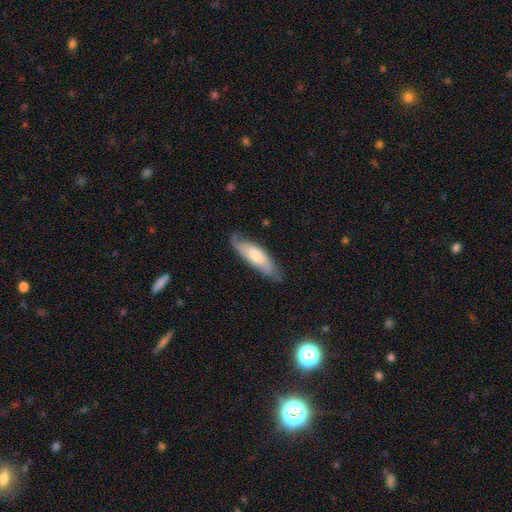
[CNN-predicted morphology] Q: Smooth or featured?
A: smooth (53%); runner-up: featured or disk (42%)
Q: How rounded?
A: in between (51%); runner-up: cigar-shaped (47%)
Q: Merging?
A: none (68%); runner-up: minor disturbance (23%)